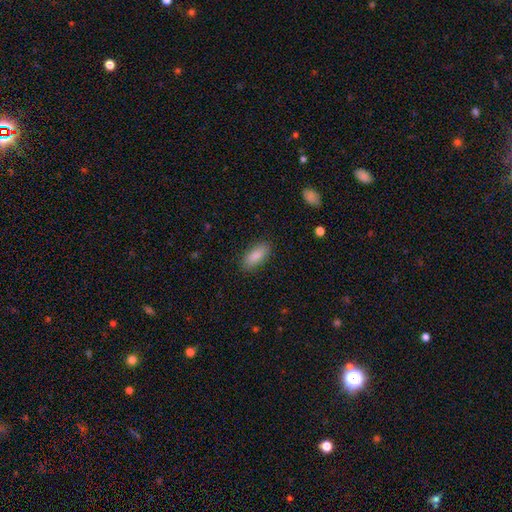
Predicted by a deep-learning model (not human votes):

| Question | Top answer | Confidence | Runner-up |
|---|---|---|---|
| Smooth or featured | smooth | 87% | featured or disk (7%) |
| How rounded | in between | 83% | cigar-shaped (14%) |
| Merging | none | 88% | minor disturbance (9%) |